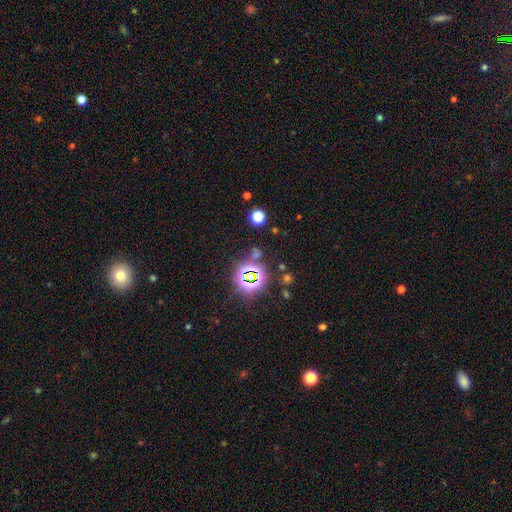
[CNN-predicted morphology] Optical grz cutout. It shows a star or artifact, not a galaxy (75%).